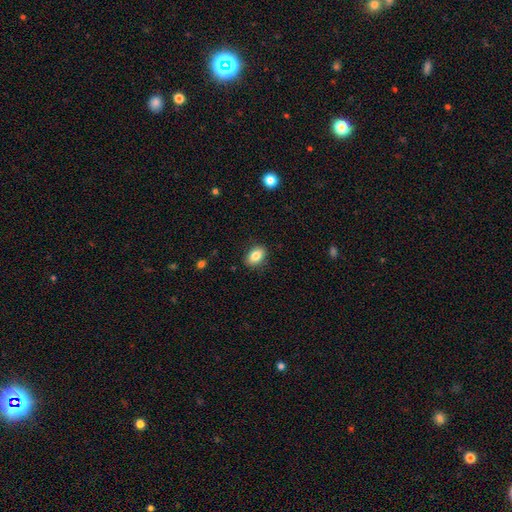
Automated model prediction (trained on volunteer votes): Morphology: type=smooth (84%); roundness=in between (86%); merging=none (87%).